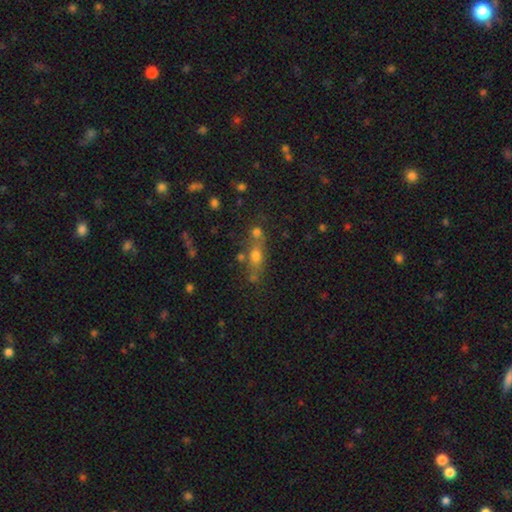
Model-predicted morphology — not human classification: Smooth or featured? Predicted: smooth (p=0.60). How rounded? Predicted: in between (p=0.50). Merging? Predicted: none (p=0.50).